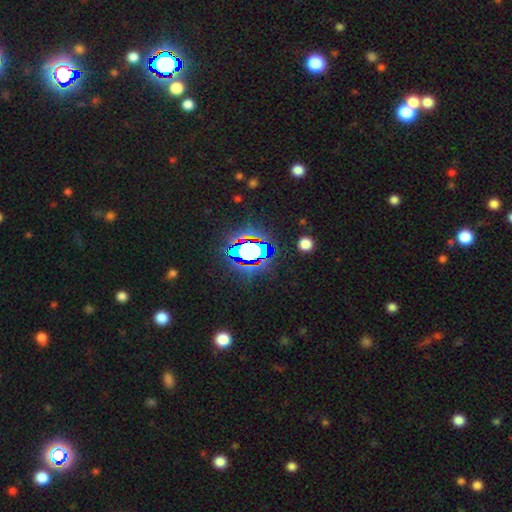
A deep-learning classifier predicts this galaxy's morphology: The model was most divided on "smooth or featured": star or artifact: 80%, smooth: 12%, featured or disk: 8%.